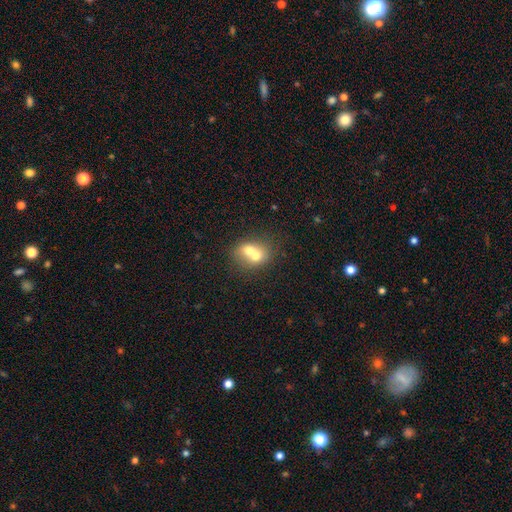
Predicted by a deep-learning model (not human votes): Smooth or featured? smooth (63%)
How rounded? round (59%)
Merging? merger (70%)